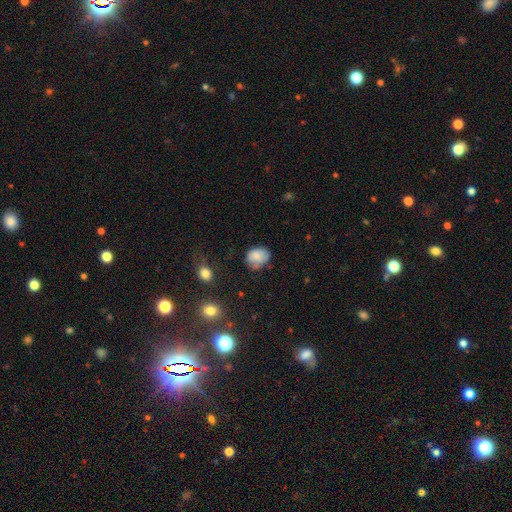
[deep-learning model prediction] Morphology: type=smooth (77%); roundness=in between (54%); merging=none (62%).